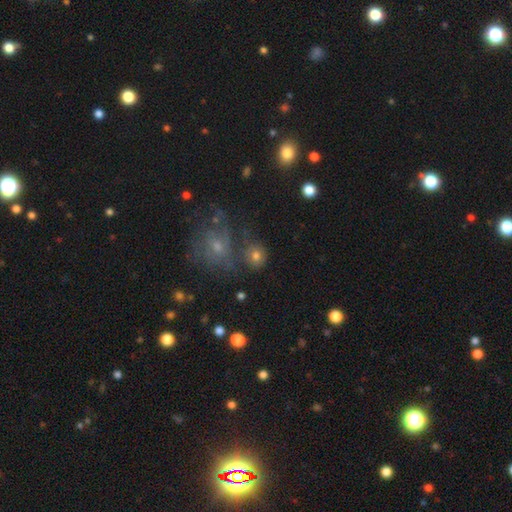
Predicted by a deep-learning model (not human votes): A smooth galaxy with no disk features (72%) that is round (82%).

Vote fractions:
- Smooth or featured? smooth: 72% / featured or disk: 14% / star or artifact: 13%
- How rounded? round: 82% / in between: 17% / cigar-shaped: 1%
- Merging? none: 63% / merger: 17% / minor disturbance: 13% / major disturbance: 6%